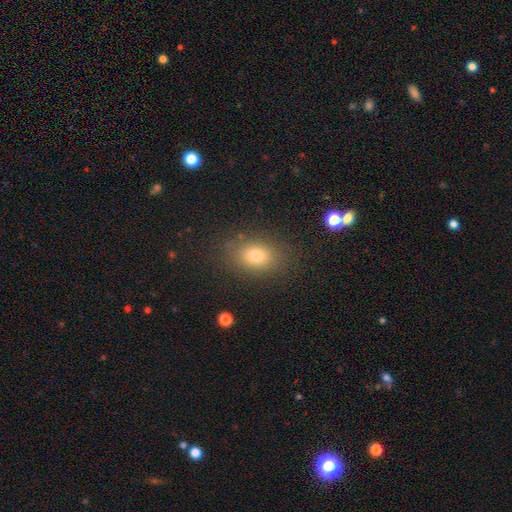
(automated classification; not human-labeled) smooth_or_featured: smooth (p=0.75) [alt: star or artifact p=0.13]
how_rounded: in between (p=0.75) [alt: round p=0.23]
merging: none (p=0.83) [alt: minor disturbance p=0.11]